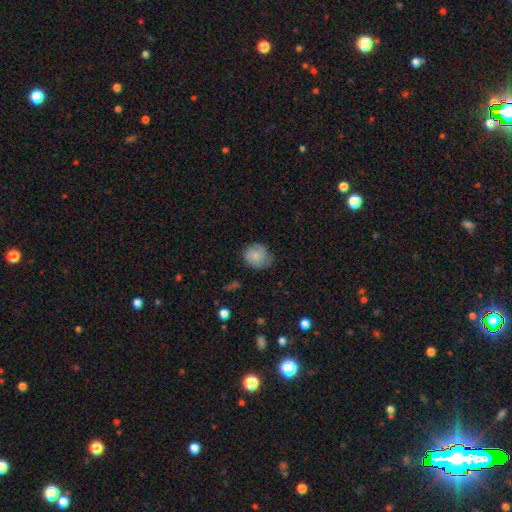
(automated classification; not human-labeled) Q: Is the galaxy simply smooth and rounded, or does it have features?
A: smooth — 77%.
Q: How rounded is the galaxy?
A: round — 79%.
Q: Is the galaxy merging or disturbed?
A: none — 65%.